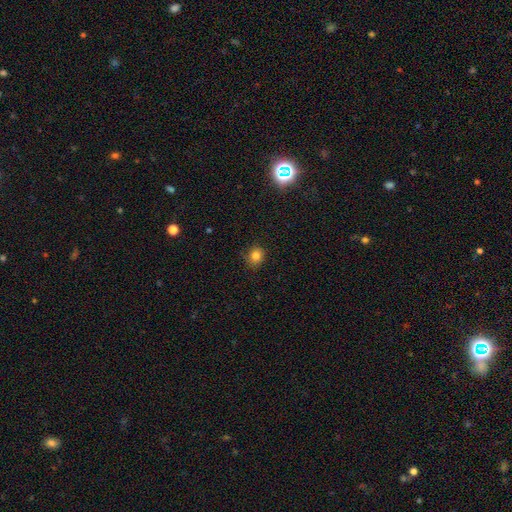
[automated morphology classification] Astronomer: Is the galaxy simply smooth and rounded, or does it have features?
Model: smooth — 82%.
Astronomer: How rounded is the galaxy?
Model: round — 78%.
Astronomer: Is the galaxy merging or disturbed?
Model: none — 85%.